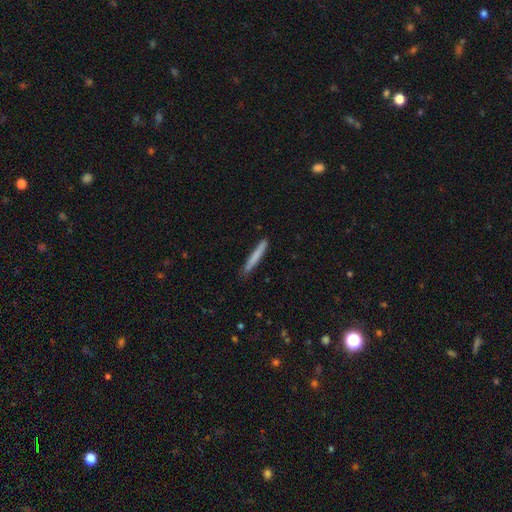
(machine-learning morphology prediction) This appears to be a smooth galaxy with no disk features (75%) that is cigar-shaped (96%). Merging: none (88%).